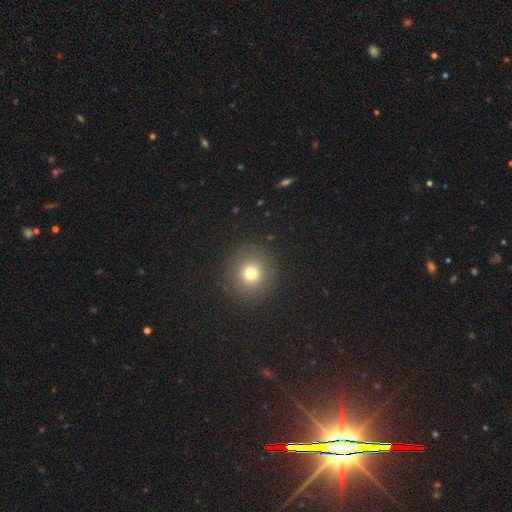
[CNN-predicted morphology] type=smooth (64%); roundness=round (93%); merging=none (92%).